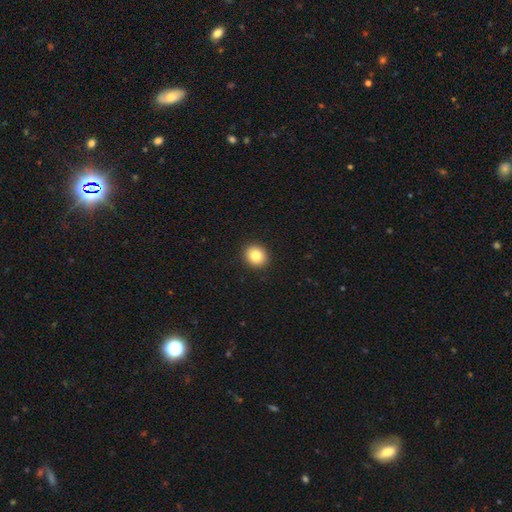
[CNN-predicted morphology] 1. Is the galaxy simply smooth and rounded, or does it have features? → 84% smooth, 9% star or artifact, 7% featured or disk.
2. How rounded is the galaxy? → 77% round, 22% in between, 1% cigar-shaped.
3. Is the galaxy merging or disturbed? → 92% none, 5% minor disturbance, 2% major disturbance, 1% merger.